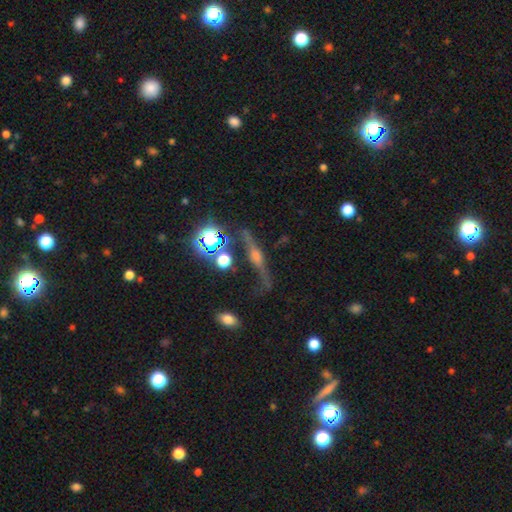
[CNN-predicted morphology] A featured or disk galaxy (68%) viewed edge-on (87%) with a rounded central bulge (88%).

Vote fractions:
- Smooth or featured? featured or disk: 68% / star or artifact: 18% / smooth: 14%
- Edge-on disk? yes: 87% / no: 13%
- Edge-on bulge? rounded: 88% / boxy: 8% / none: 4%
- Merging? none: 72% / minor disturbance: 15% / major disturbance: 8% / merger: 4%